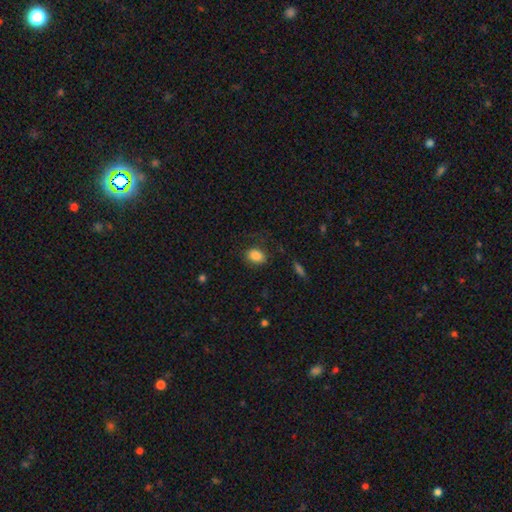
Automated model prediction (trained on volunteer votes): smooth_or_featured: smooth (p=0.85) [alt: star or artifact p=0.09]
how_rounded: in between (p=0.70) [alt: round p=0.28]
merging: none (p=0.77) [alt: minor disturbance p=0.15]